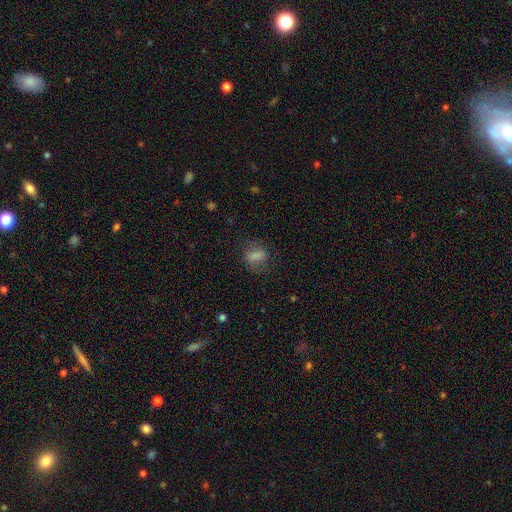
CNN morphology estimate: smooth-or-featured: smooth: 76% | featured or disk: 13% | star or artifact: 11%
  how-rounded: in between: 67% | round: 24% | cigar-shaped: 9%
  merging: none: 73% | minor disturbance: 17% | major disturbance: 9% | merger: 2%